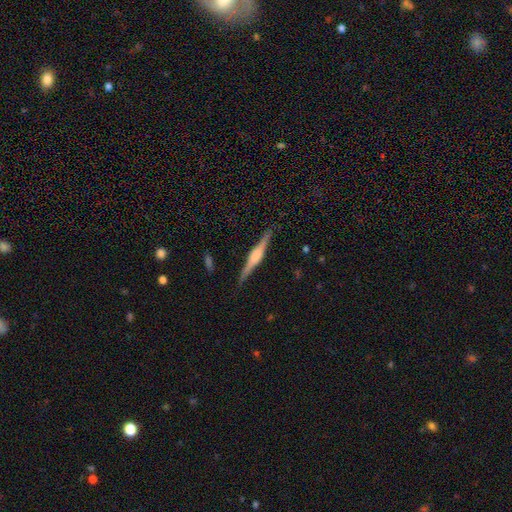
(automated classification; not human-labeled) Smooth or featured: featured or disk — 78% (smooth — 16%)
Edge-on disk: yes — 98% (no — 2%)
Edge-on bulge: rounded — 64% (boxy — 31%)
Merging: none — 89% (minor disturbance — 8%)